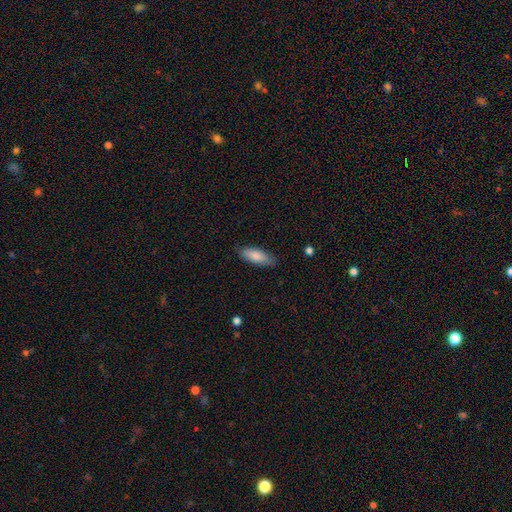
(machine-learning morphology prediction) This appears to be a smooth galaxy with no disk features (85%) that is in between round and cigar-shaped (69%). Merging: none (84%).